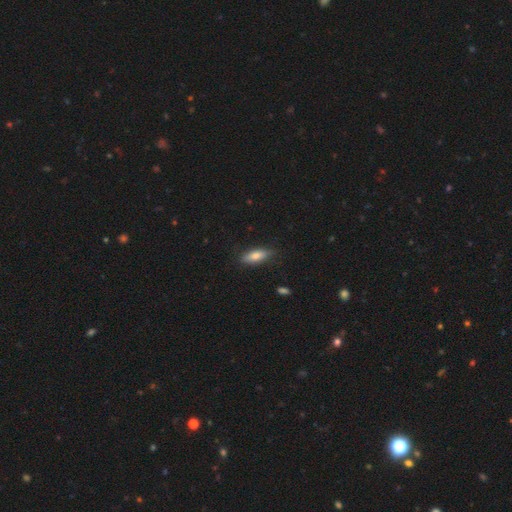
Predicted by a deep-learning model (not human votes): smooth_or_featured: smooth (p=0.76) [alt: featured or disk p=0.18]
how_rounded: in between (p=0.59) [alt: cigar-shaped p=0.39]
merging: none (p=0.84) [alt: minor disturbance p=0.13]